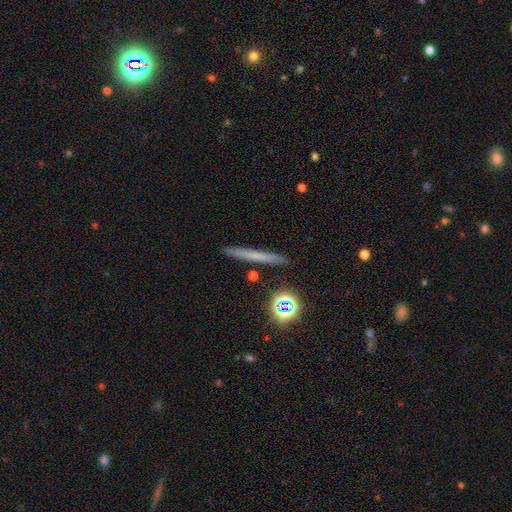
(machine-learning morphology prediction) Smooth or featured: smooth — 55% (featured or disk — 33%)
How rounded: cigar-shaped — 94% (round — 3%)
Merging: none — 91% (minor disturbance — 6%)